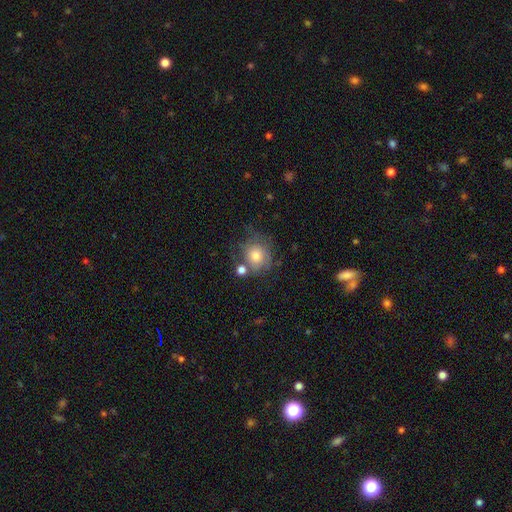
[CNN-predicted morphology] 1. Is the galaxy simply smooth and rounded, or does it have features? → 72% smooth, 18% featured or disk, 10% star or artifact.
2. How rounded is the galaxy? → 81% round, 18% in between, 1% cigar-shaped.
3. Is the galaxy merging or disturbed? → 56% none, 21% minor disturbance, 12% merger, 11% major disturbance.